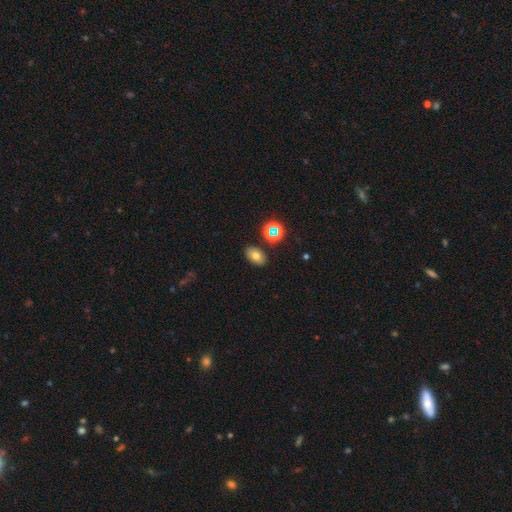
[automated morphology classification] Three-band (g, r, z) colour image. It shows a smooth galaxy with no disk features (69%) that is in between round and cigar-shaped (86%). Merging: none (86%).